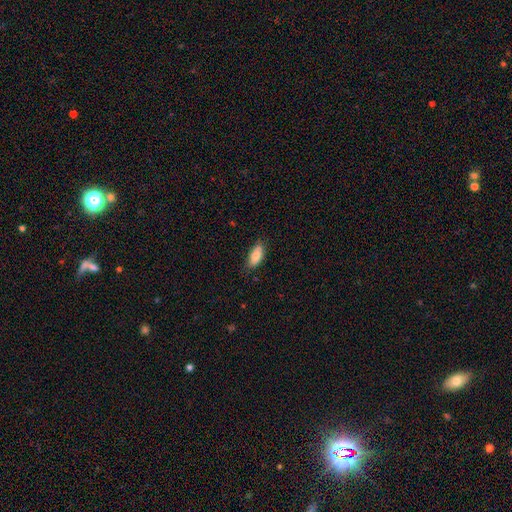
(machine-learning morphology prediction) smooth-or-featured: smooth: 78% | featured or disk: 16% | star or artifact: 7%
  how-rounded: in between: 85% | cigar-shaped: 13% | round: 3%
  merging: none: 78% | minor disturbance: 18% | major disturbance: 3% | merger: 1%